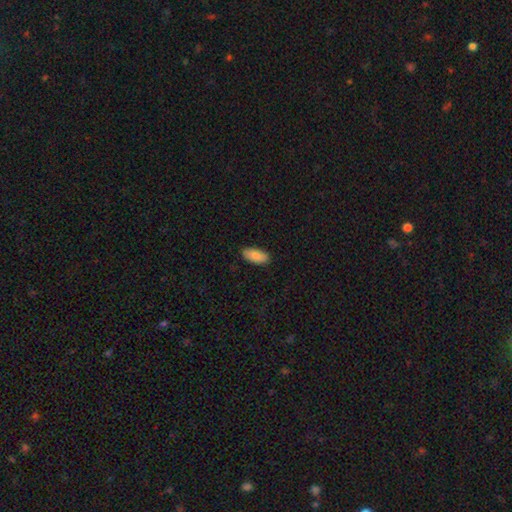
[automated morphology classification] Q: Smooth or featured?
A: smooth (88%); runner-up: featured or disk (6%)
Q: How rounded?
A: in between (89%); runner-up: cigar-shaped (9%)
Q: Merging?
A: none (88%); runner-up: minor disturbance (9%)